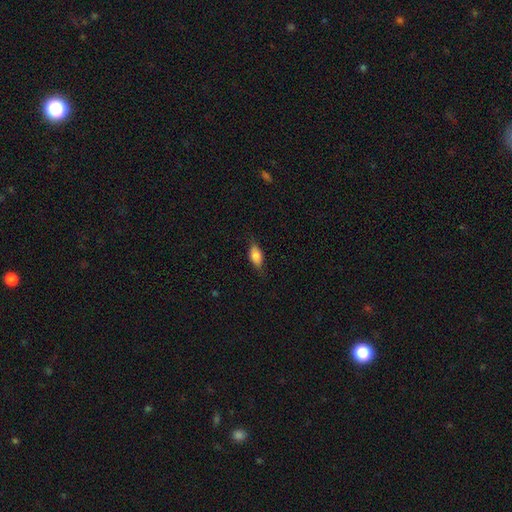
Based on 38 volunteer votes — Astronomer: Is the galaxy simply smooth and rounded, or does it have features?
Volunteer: smooth — 87%.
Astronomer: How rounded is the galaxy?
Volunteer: in between — 91%.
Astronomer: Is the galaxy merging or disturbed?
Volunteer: none — 78%.